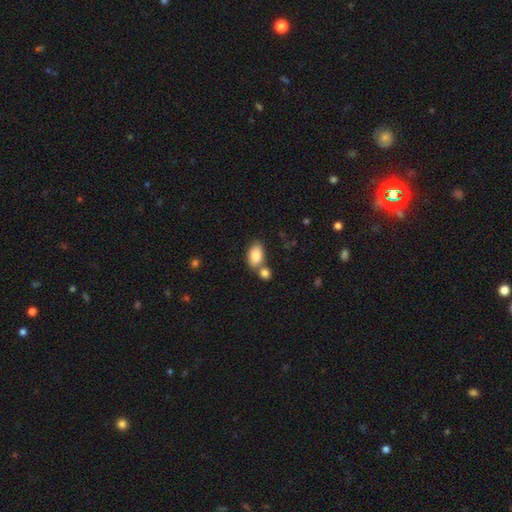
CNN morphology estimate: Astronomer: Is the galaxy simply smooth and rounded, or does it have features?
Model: smooth — 85%.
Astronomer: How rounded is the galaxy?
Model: in between — 90%.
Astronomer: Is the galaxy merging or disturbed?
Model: none — 53% (runner-up: merger, 32%).